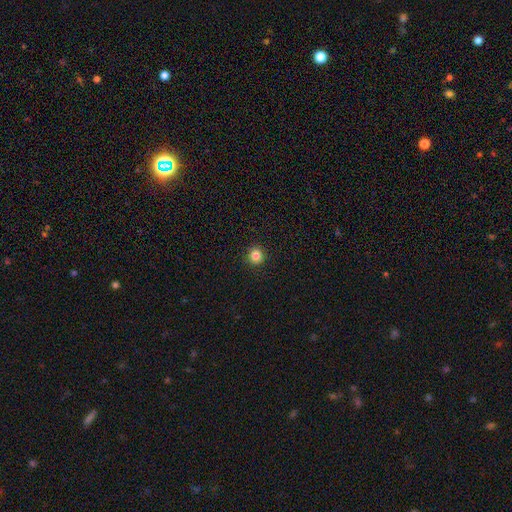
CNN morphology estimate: type=smooth (85%); roundness=round (90%); merging=none (92%).